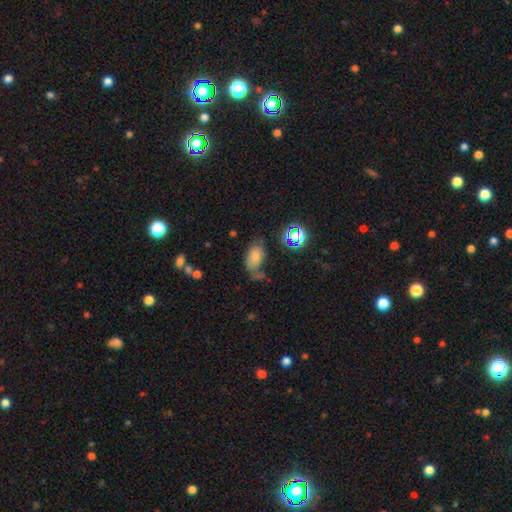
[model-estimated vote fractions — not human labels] A smooth galaxy with no disk features (68%) that is in between round and cigar-shaped (90%).

Vote fractions:
- Smooth or featured? smooth: 68% / star or artifact: 16% / featured or disk: 16%
- How rounded? in between: 90% / round: 8% / cigar-shaped: 2%
- Merging? none: 41% / minor disturbance: 29% / major disturbance: 20% / merger: 9%